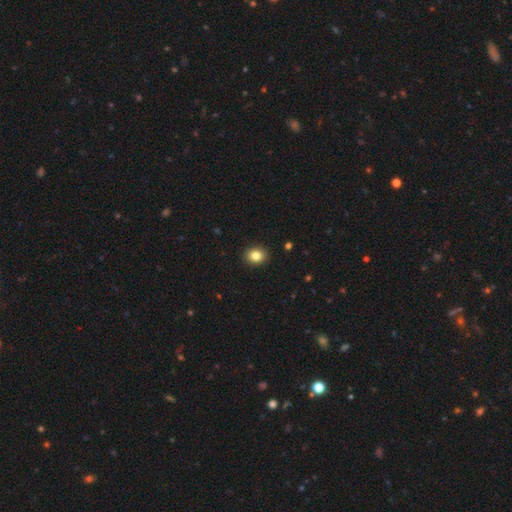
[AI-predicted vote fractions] A smooth galaxy with no disk features (84%) that is round (62%). Merging: none (92%).